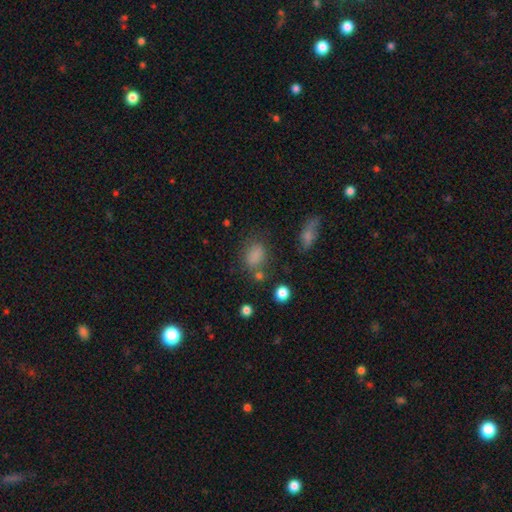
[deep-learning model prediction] Q: Smooth or featured?
A: smooth (78%); runner-up: star or artifact (14%)
Q: How rounded?
A: in between (67%); runner-up: round (31%)
Q: Merging?
A: none (61%); runner-up: minor disturbance (20%)